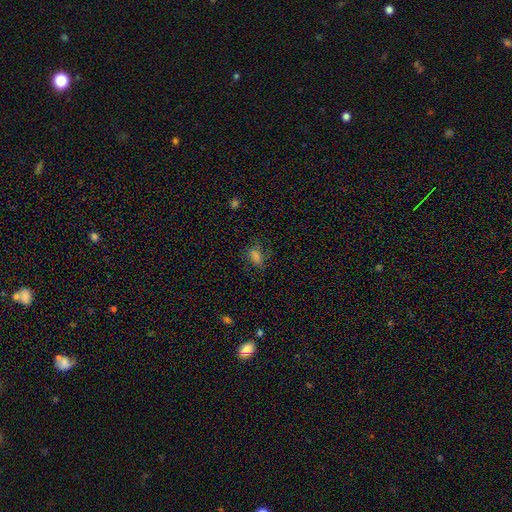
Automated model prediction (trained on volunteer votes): A smooth galaxy with no disk features (70%) that is in between round and cigar-shaped (79%). Merging: none (68%).